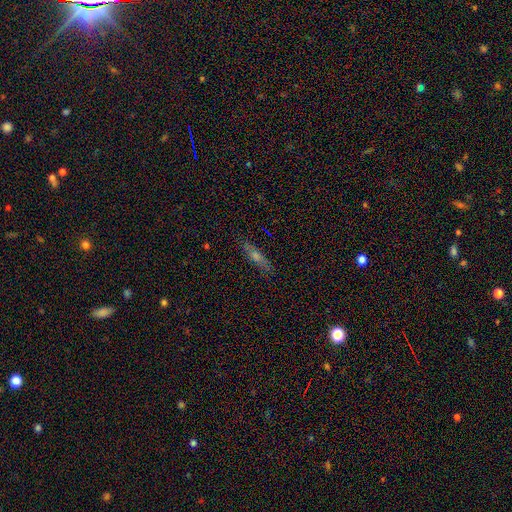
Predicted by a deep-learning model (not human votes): This appears to be a featured or disk galaxy (47%). Merging: none (85%).